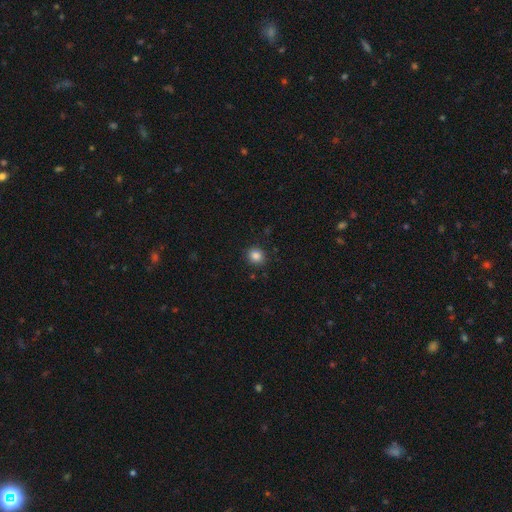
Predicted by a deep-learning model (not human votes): Smooth or featured? smooth (85%)
How rounded? round (85%)
Merging? none (89%)